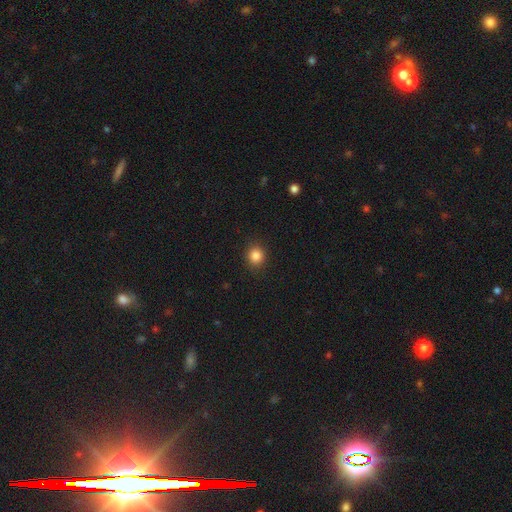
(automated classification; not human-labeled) A smooth galaxy with no disk features (85%) that is round (88%).

Vote fractions:
- Smooth or featured? smooth: 85% / star or artifact: 11% / featured or disk: 4%
- How rounded? round: 88% / in between: 11% / cigar-shaped: 1%
- Merging? none: 90% / minor disturbance: 7% / major disturbance: 2% / merger: 1%